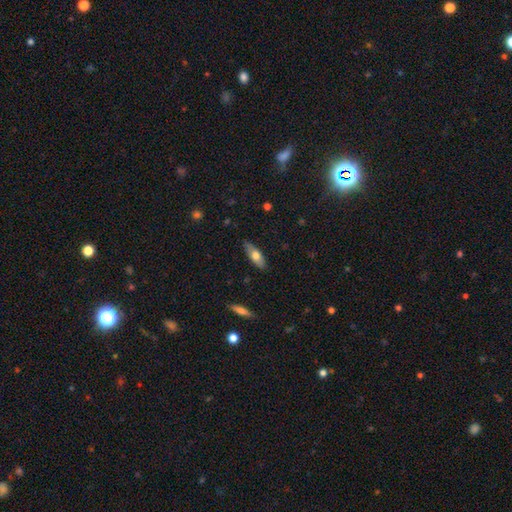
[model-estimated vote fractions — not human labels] The model was most divided on "smooth or featured": smooth: 61%, featured or disk: 33%, star or artifact: 6%. More confident: merging — none (83%); how rounded — in between (63%).